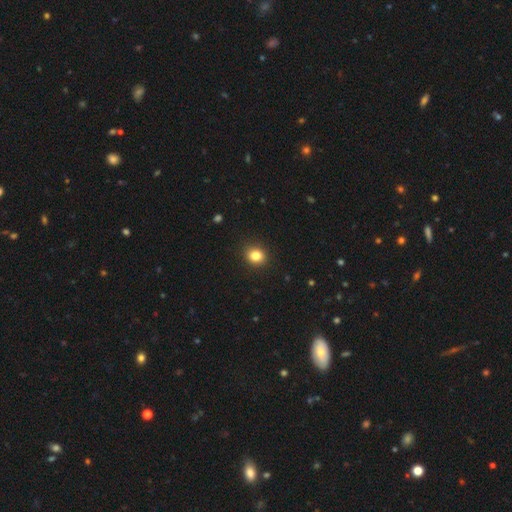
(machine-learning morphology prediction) Smooth or featured? Predicted: smooth (p=0.84). How rounded? Predicted: round (p=0.68). Merging? Predicted: none (p=0.90).